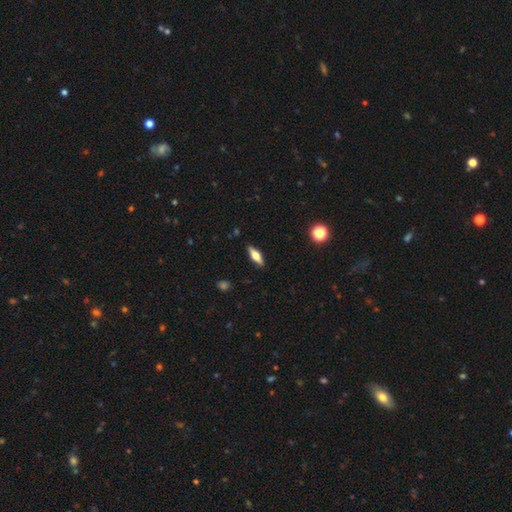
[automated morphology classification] Smooth or featured: smooth — 50% (featured or disk — 43%)
Merging: none — 89% (minor disturbance — 8%)